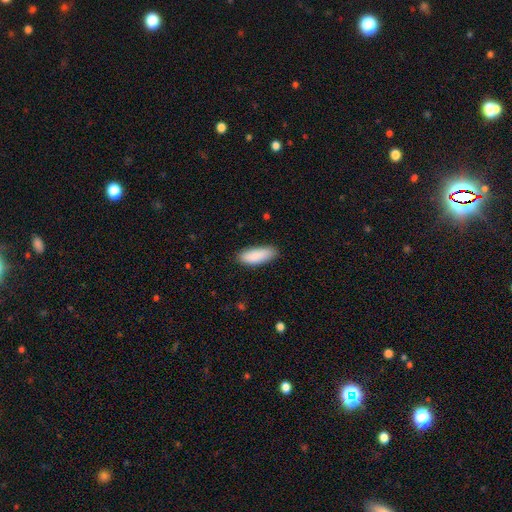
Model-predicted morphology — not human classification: Smooth or featured?
  - smooth: 89% *
  - star or artifact: 6%
  - featured or disk: 5%
How rounded?
  - in between: 74% *
  - cigar-shaped: 24%
  - round: 2%
Merging?
  - none: 84% *
  - minor disturbance: 12%
  - major disturbance: 2%
  - merger: 1%